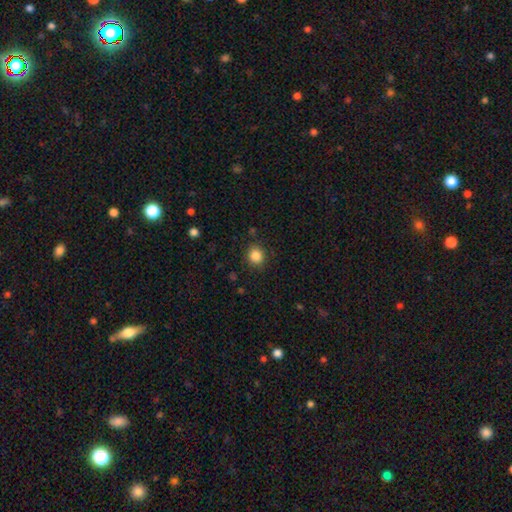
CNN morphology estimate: A smooth galaxy with no disk features (85%) that is round (83%). Merging: none (87%).